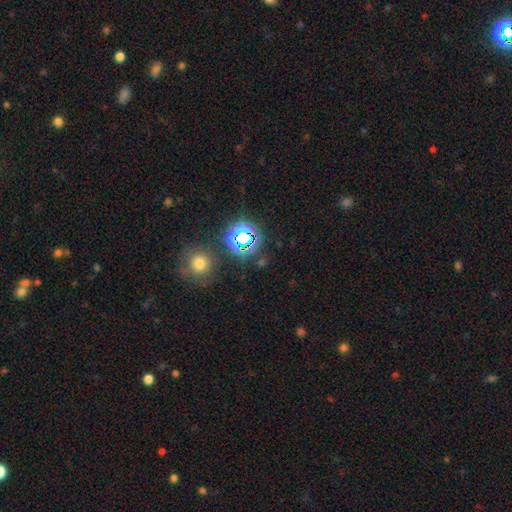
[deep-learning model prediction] Morphology: type=star or artifact (66%).